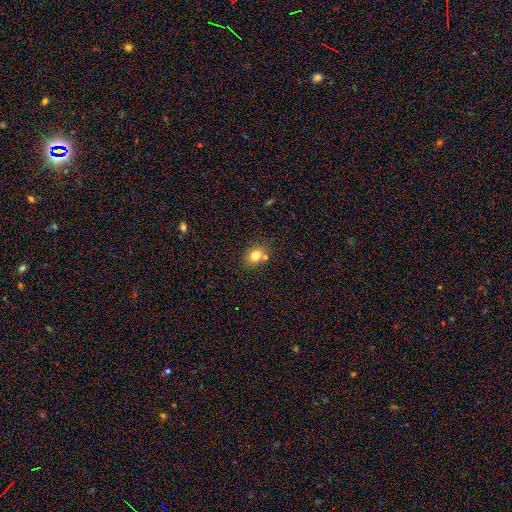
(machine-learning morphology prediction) Smooth or featured?
  - smooth: 77% *
  - star or artifact: 12%
  - featured or disk: 11%
How rounded?
  - round: 52% *
  - in between: 47%
  - cigar-shaped: 1%
Merging?
  - none: 66% *
  - merger: 17%
  - minor disturbance: 13%
  - major disturbance: 4%